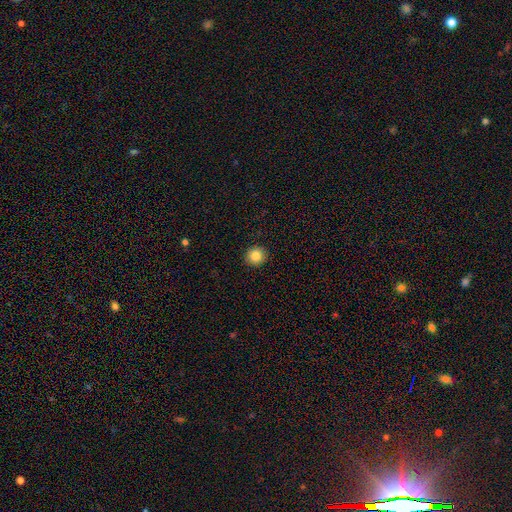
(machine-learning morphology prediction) A smooth galaxy with no disk features (85%) that is round (94%). Merging: none (92%).